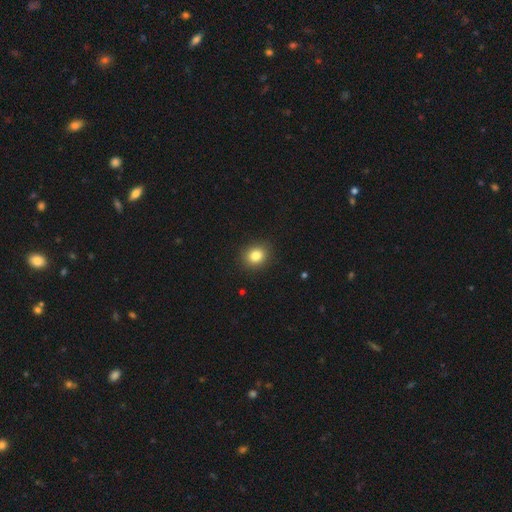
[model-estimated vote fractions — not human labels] Smooth or featured?
  - smooth: 83% *
  - star or artifact: 11%
  - featured or disk: 6%
How rounded?
  - round: 71% *
  - in between: 28%
  - cigar-shaped: 1%
Merging?
  - none: 90% *
  - minor disturbance: 7%
  - major disturbance: 2%
  - merger: 1%